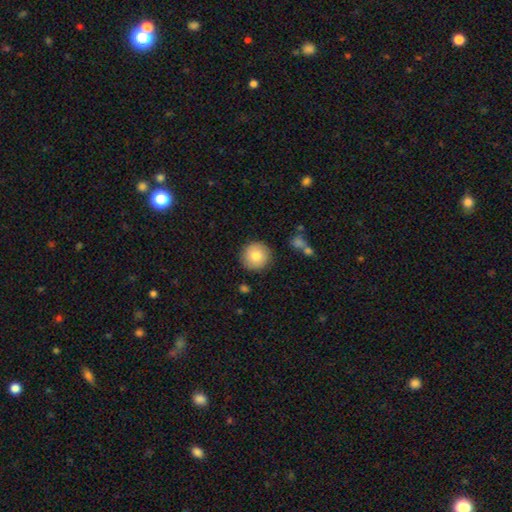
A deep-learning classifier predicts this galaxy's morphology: type=smooth (80%); roundness=round (95%); merging=none (90%).